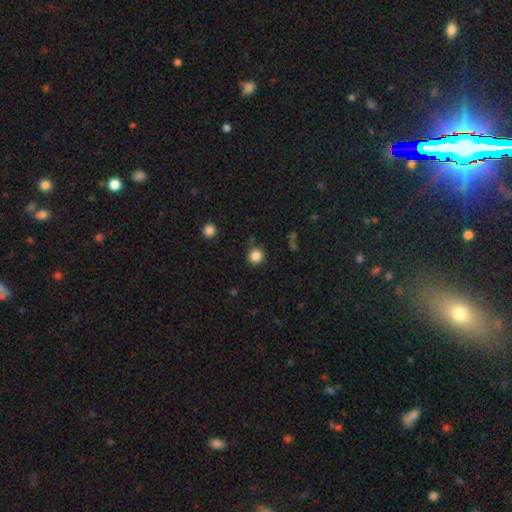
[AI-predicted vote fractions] Smooth or featured: smooth — 85% (star or artifact — 11%)
How rounded: round — 93% (in between — 6%)
Merging: none — 81% (minor disturbance — 12%)